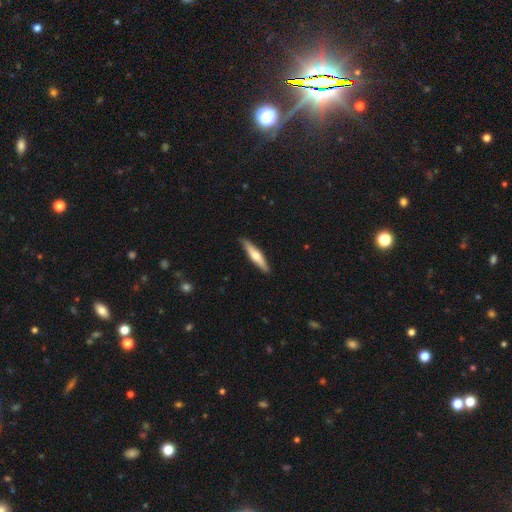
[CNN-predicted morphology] A featured or disk galaxy (48%).

Vote fractions:
- Smooth or featured? featured or disk: 48% / smooth: 47% / star or artifact: 5%
- Merging? none: 89% / minor disturbance: 8% / major disturbance: 2% / merger: 1%